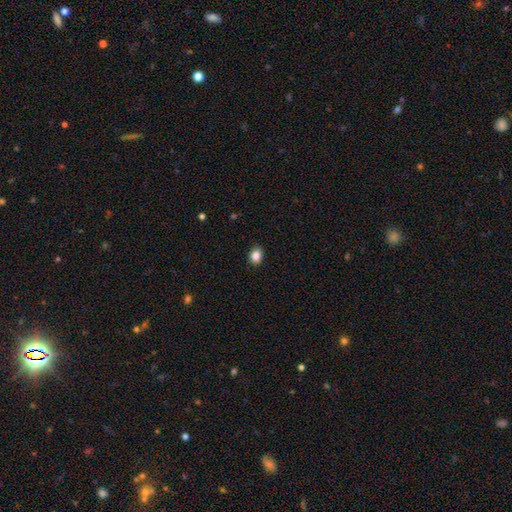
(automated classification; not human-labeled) The model was most divided on "how rounded": in between: 60%, round: 39%, cigar-shaped: 1%. More confident: merging — none (88%); smooth or featured — smooth (86%).